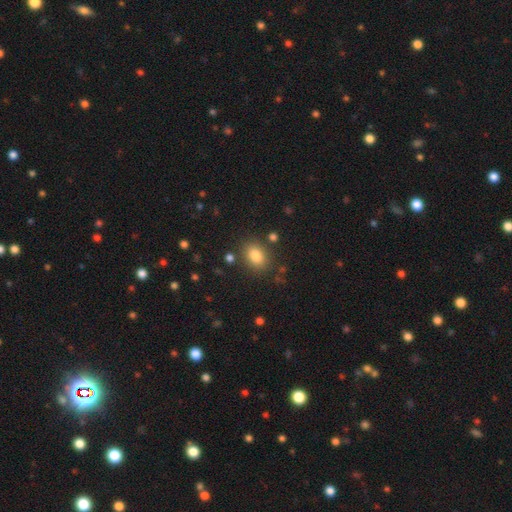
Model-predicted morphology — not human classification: Smooth or featured? smooth (83%)
How rounded? in between (71%)
Merging? none (82%)